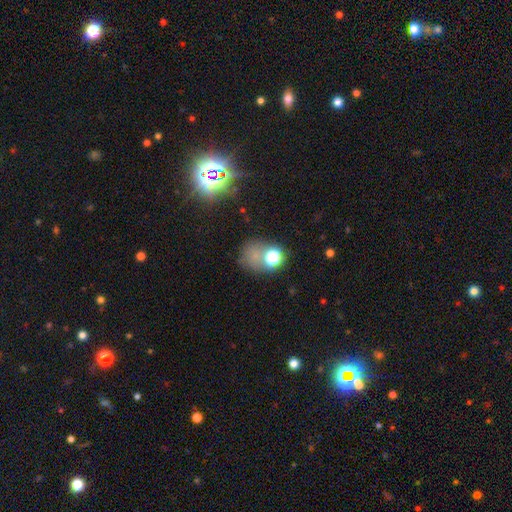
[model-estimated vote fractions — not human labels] smooth-or-featured: smooth: 56% | star or artifact: 32% | featured or disk: 12%
  how-rounded: round: 68% | in between: 31% | cigar-shaped: 1%
  merging: none: 50% | merger: 17% | major disturbance: 17% | minor disturbance: 16%